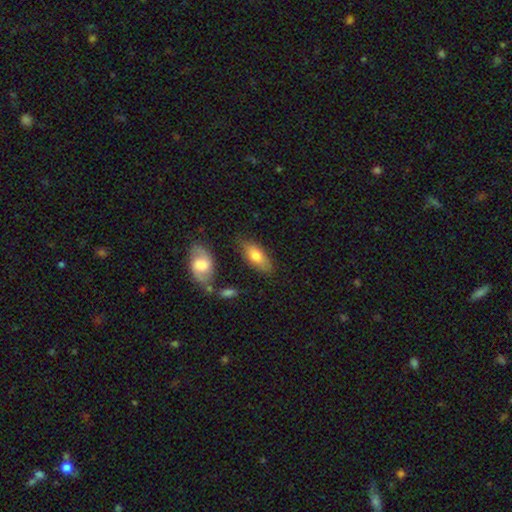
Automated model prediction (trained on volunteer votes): Morphology: type=smooth (69%); roundness=in between (80%); merging=none (73%).